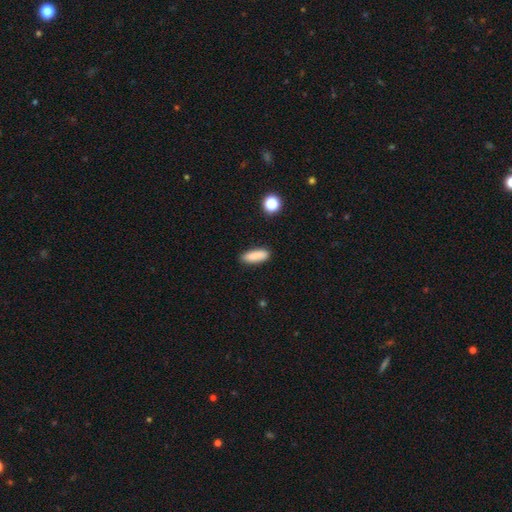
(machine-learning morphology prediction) Smooth or featured?
  - smooth: 87% *
  - star or artifact: 8%
  - featured or disk: 5%
How rounded?
  - in between: 54% *
  - cigar-shaped: 44%
  - round: 2%
Merging?
  - none: 86% *
  - minor disturbance: 10%
  - major disturbance: 2%
  - merger: 2%